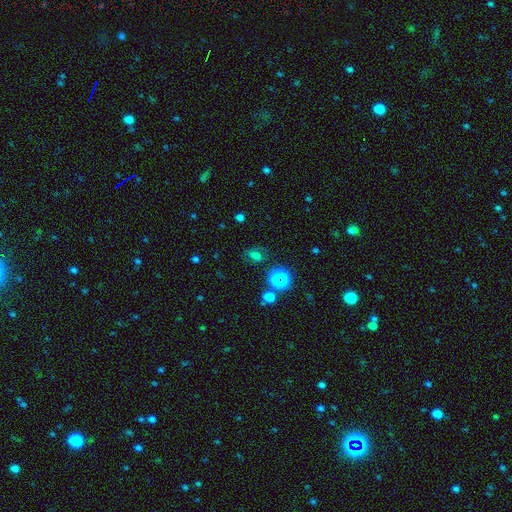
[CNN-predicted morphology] Smooth or featured?
  - smooth: 61% *
  - star or artifact: 28%
  - featured or disk: 10%
How rounded?
  - in between: 64% *
  - round: 32%
  - cigar-shaped: 3%
Merging?
  - none: 67% *
  - minor disturbance: 19%
  - major disturbance: 9%
  - merger: 5%